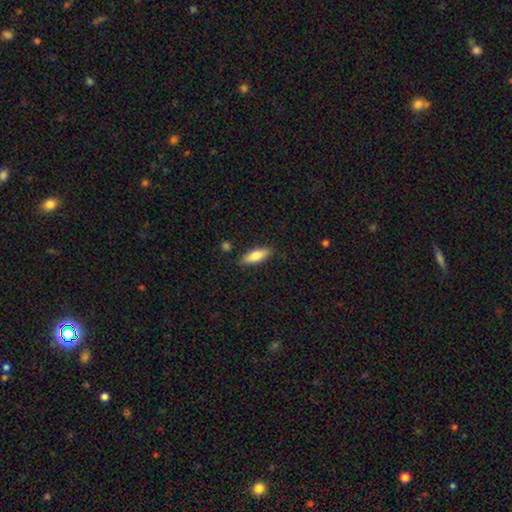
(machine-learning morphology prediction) A smooth galaxy with no disk features (76%) that is in between round and cigar-shaped (60%).

Vote fractions:
- Smooth or featured? smooth: 76% / featured or disk: 18% / star or artifact: 6%
- How rounded? in between: 60% / cigar-shaped: 38% / round: 2%
- Merging? none: 85% / minor disturbance: 11% / major disturbance: 2% / merger: 2%